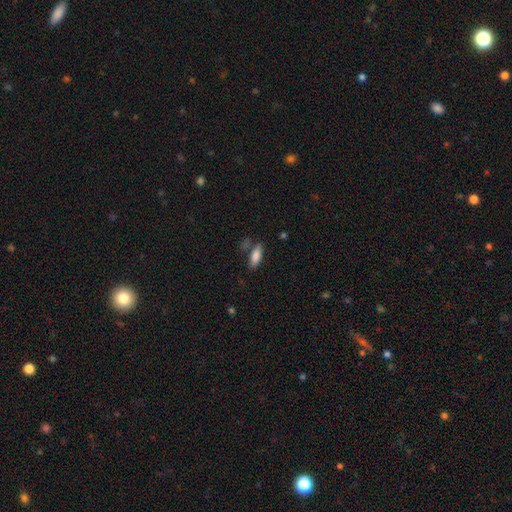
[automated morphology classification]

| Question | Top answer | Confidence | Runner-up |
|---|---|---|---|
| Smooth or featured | smooth | 84% | featured or disk (9%) |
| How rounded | in between | 67% | cigar-shaped (31%) |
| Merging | none | 65% | minor disturbance (18%) |